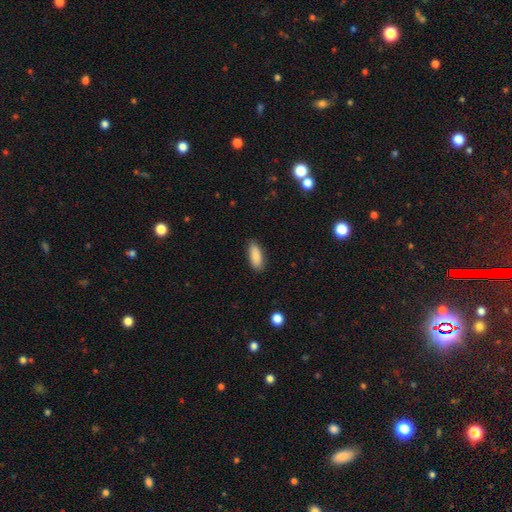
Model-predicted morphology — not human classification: Smooth or featured: smooth — 86% (featured or disk — 7%)
How rounded: in between — 75% (cigar-shaped — 22%)
Merging: none — 86% (minor disturbance — 11%)